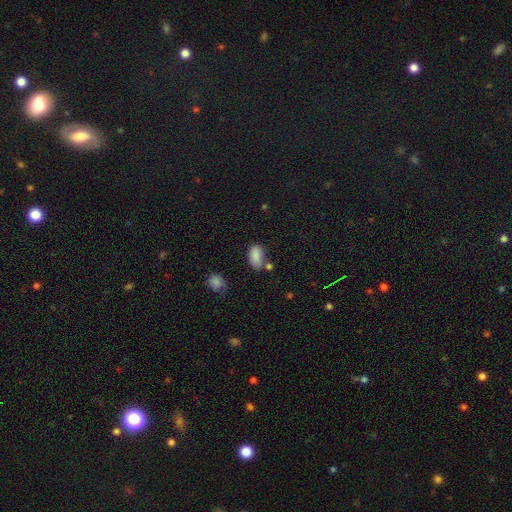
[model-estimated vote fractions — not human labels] The model was most divided on "merging": none: 63%, minor disturbance: 19%, merger: 12%, major disturbance: 6%. More confident: how rounded — in between (92%); smooth or featured — smooth (86%).